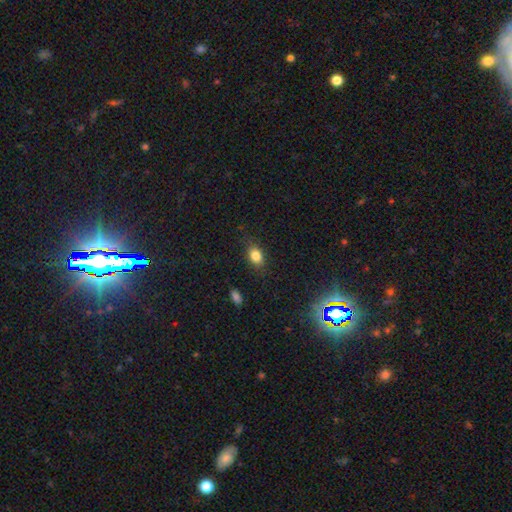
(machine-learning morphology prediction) smooth 82%, star or artifact 10%, featured or disk 8%. Down the decision tree: how rounded — in between (75%); merging — none (81%).